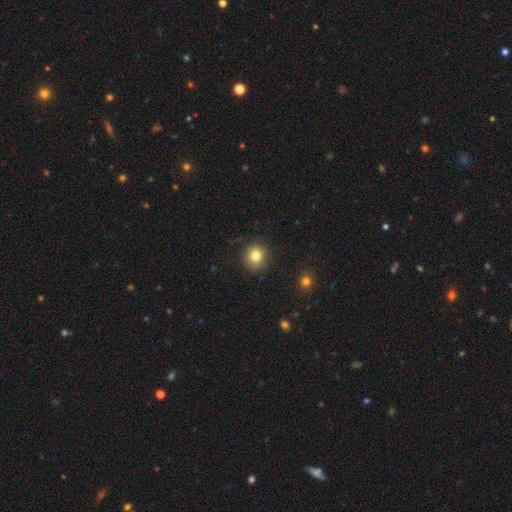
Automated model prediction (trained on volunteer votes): This is clearly a smooth galaxy (81%). How rounded: clearly round (86%). Merging: clearly none (89%).